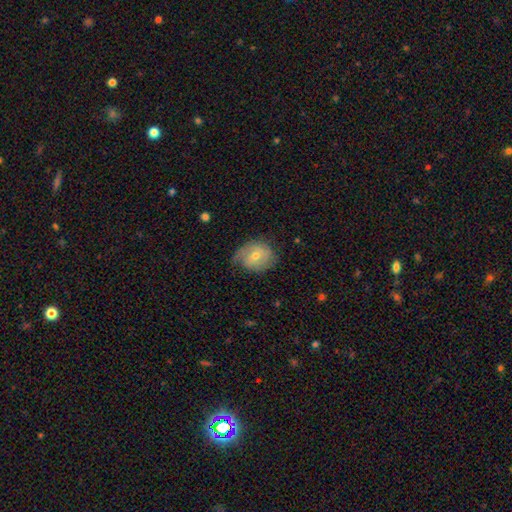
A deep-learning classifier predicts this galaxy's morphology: Q: Smooth or featured?
A: featured or disk (51%); runner-up: smooth (41%)
Q: Edge-on disk?
A: no (96%); runner-up: yes (4%)
Q: Merging?
A: none (58%); runner-up: minor disturbance (29%)